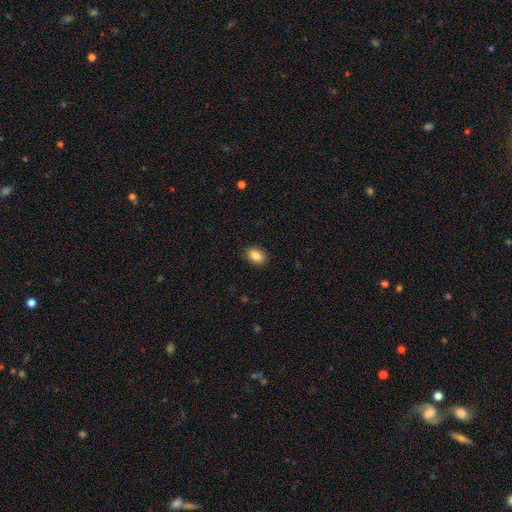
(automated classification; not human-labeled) The model was most divided on "how rounded": in between: 81%, round: 18%, cigar-shaped: 1%. More confident: merging — none (89%); smooth or featured — smooth (87%).